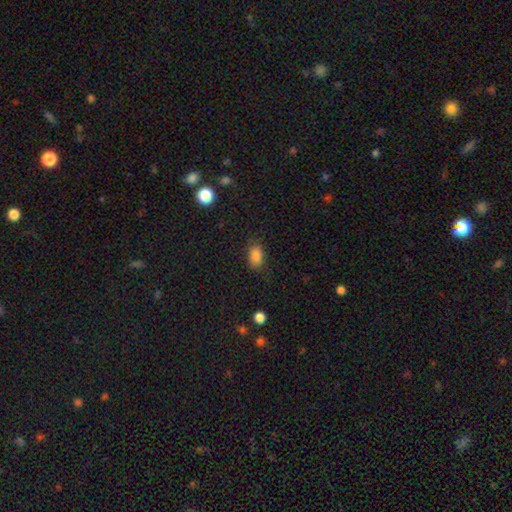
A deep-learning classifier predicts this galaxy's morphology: Smooth or featured: smooth — 86% (star or artifact — 10%)
How rounded: in between — 86% (round — 12%)
Merging: none — 81% (minor disturbance — 14%)